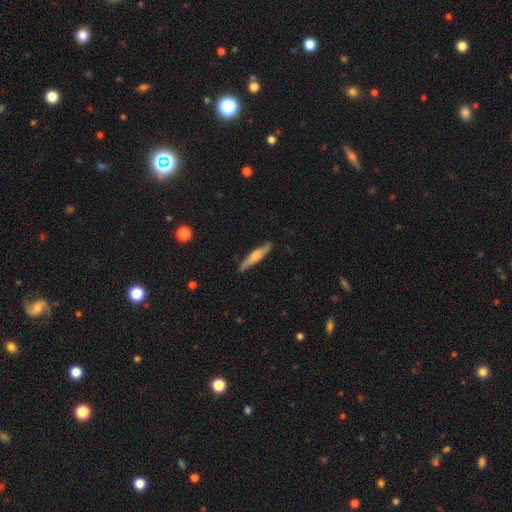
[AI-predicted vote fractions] featured or disk 54%, smooth 40%, star or artifact 6%. Down the decision tree: edge-on disk — yes (95%); edge-on bulge — rounded (79%); merging — none (89%).